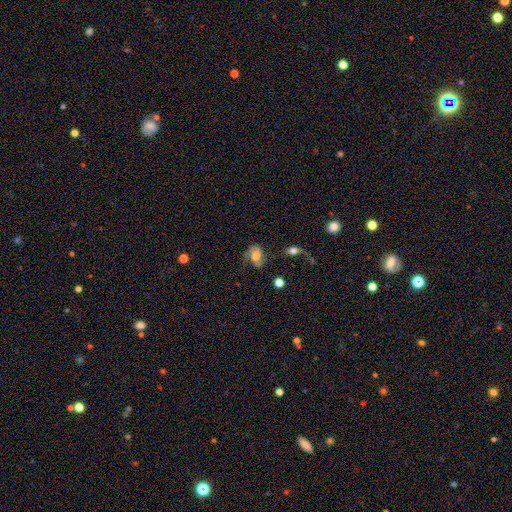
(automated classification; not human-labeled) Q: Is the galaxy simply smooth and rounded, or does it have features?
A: featured or disk — 60%.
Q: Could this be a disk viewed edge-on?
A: no — 96%.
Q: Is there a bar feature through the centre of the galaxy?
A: no — 55%.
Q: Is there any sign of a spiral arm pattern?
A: yes — 85%.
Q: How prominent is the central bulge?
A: moderate — 54%.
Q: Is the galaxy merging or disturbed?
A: none — 52%.